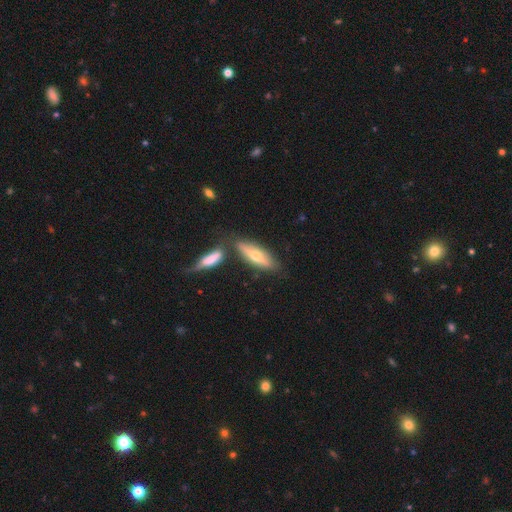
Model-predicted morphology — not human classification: A featured or disk galaxy (48%).

Vote fractions:
- Smooth or featured? featured or disk: 48% / smooth: 46% / star or artifact: 6%
- Merging? none: 64% / merger: 18% / minor disturbance: 14% / major disturbance: 4%